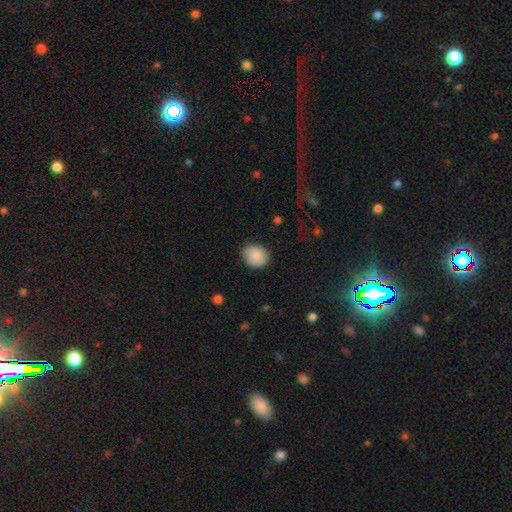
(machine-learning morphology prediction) Q: Smooth or featured?
A: smooth (89%); runner-up: star or artifact (7%)
Q: How rounded?
A: round (61%); runner-up: in between (38%)
Q: Merging?
A: none (84%); runner-up: minor disturbance (12%)